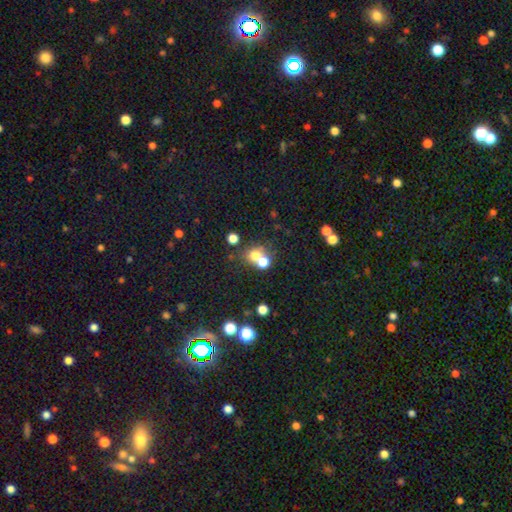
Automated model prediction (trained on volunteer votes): smooth 68%, star or artifact 18%, featured or disk 14%. Down the decision tree: how rounded — round (76%); merging — merger (47%).